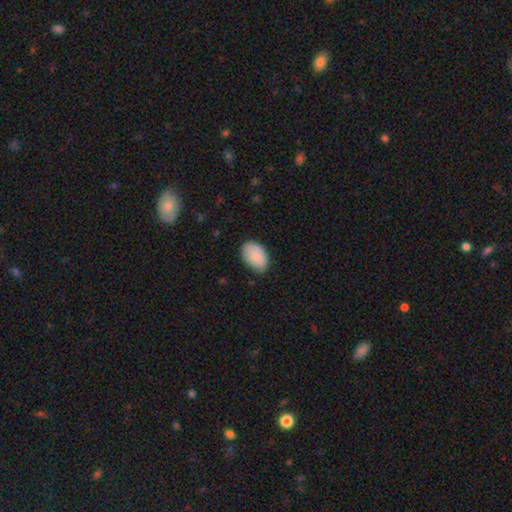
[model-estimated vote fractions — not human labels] smooth-or-featured: smooth: 84% | featured or disk: 9% | star or artifact: 6%
  how-rounded: in between: 89% | round: 10% | cigar-shaped: 1%
  merging: none: 74% | minor disturbance: 21% | major disturbance: 3% | merger: 1%